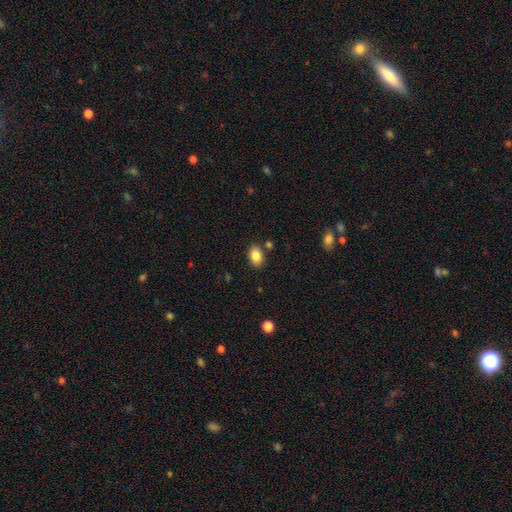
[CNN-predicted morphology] The model was most divided on "how rounded": in between: 82%, round: 16%, cigar-shaped: 1%. More confident: smooth or featured — smooth (85%); merging — none (84%).